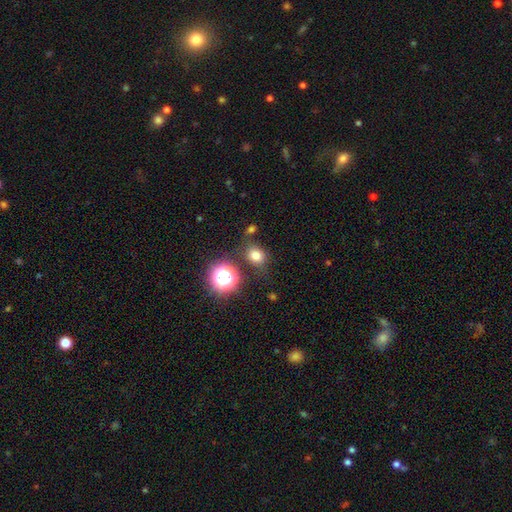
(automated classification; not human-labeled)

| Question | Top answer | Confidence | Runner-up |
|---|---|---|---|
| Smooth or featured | smooth | 74% | star or artifact (18%) |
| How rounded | round | 57% | in between (42%) |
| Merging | none | 76% | minor disturbance (13%) |